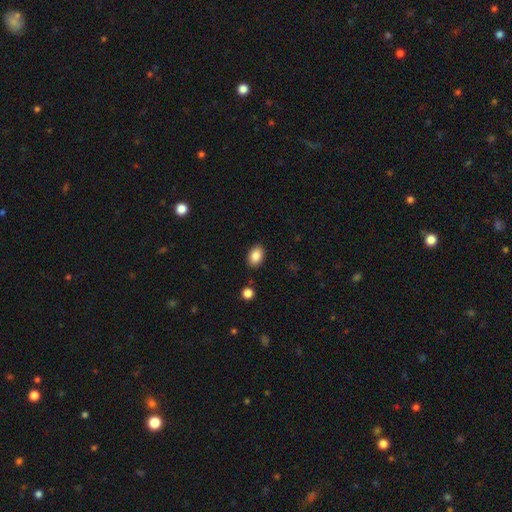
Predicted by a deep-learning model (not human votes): Morphology: type=smooth (87%); roundness=in between (84%); merging=none (86%).